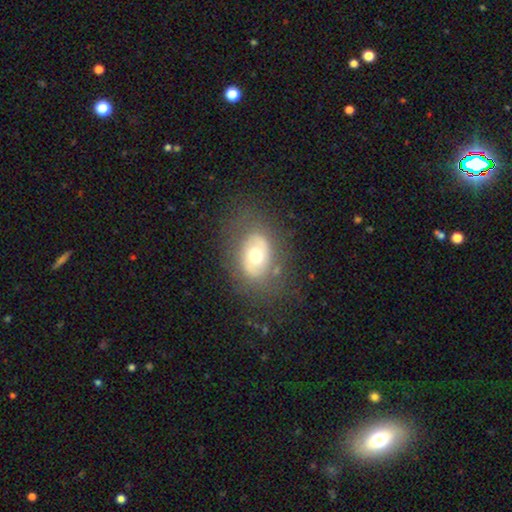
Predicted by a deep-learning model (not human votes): Morphology: type=featured or disk (47%); merging=none (73%).